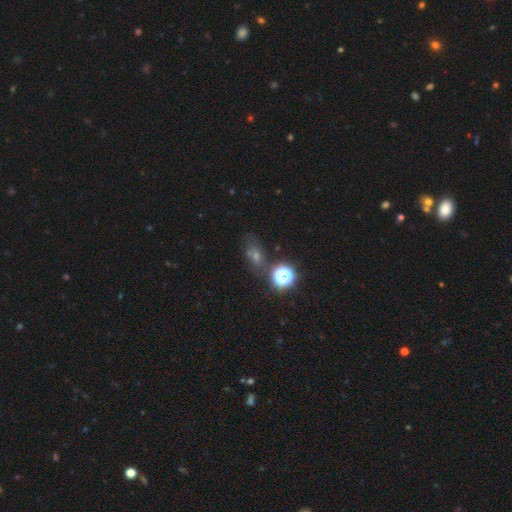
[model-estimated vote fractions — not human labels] A star or artifact, not a galaxy (51%).

Vote fractions:
- Smooth or featured? star or artifact: 51% / smooth: 34% / featured or disk: 15%